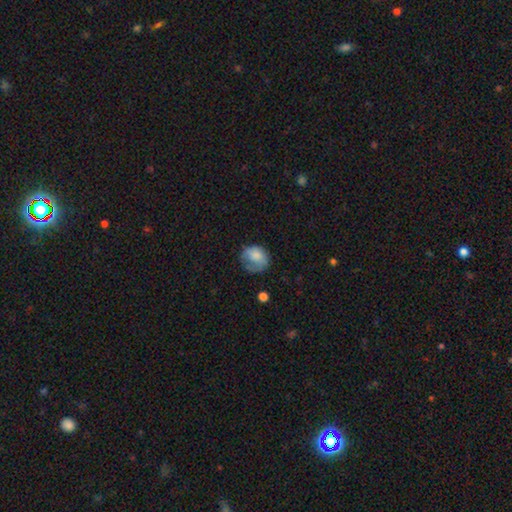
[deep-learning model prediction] Smooth or featured: smooth — 73% (featured or disk — 19%)
How rounded: round — 67% (in between — 32%)
Merging: none — 43% (minor disturbance — 31%)